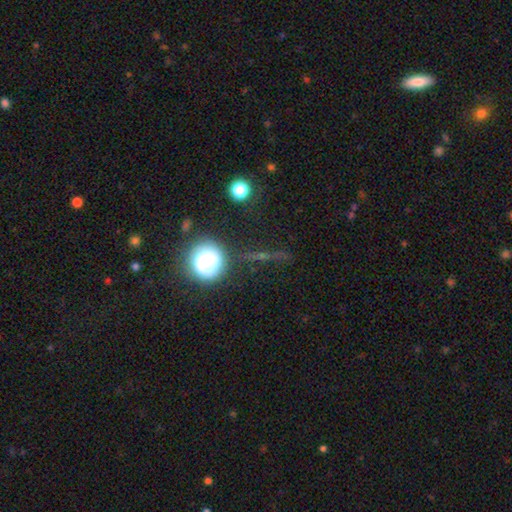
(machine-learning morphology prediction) smooth_or_featured: star or artifact (p=0.50) [alt: smooth p=0.31]